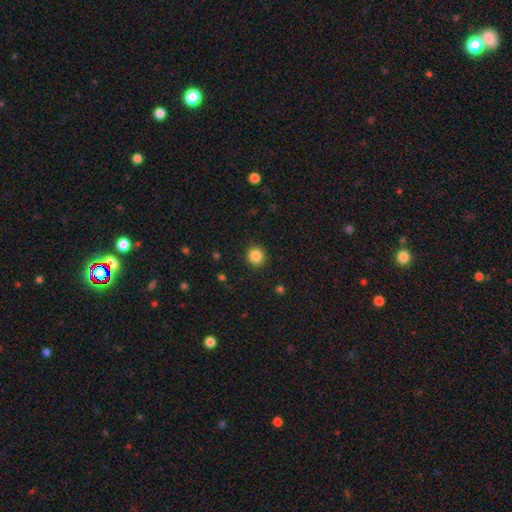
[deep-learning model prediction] smooth-or-featured: smooth: 86% | star or artifact: 10% | featured or disk: 4%
  how-rounded: round: 94% | in between: 5% | cigar-shaped: 1%
  merging: none: 91% | minor disturbance: 6% | major disturbance: 2% | merger: 1%